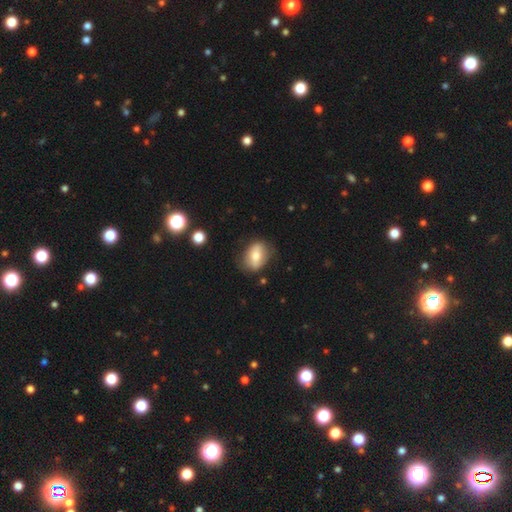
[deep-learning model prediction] Smooth or featured? smooth (59%)
How rounded? in between (72%)
Merging? none (76%)